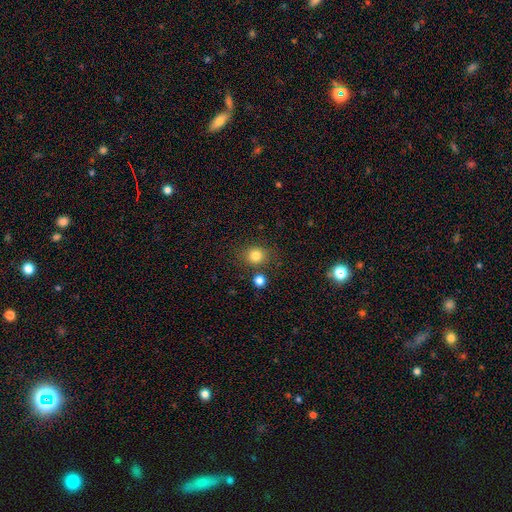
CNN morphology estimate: Smooth or featured? smooth (81%)
How rounded? round (83%)
Merging? none (79%)